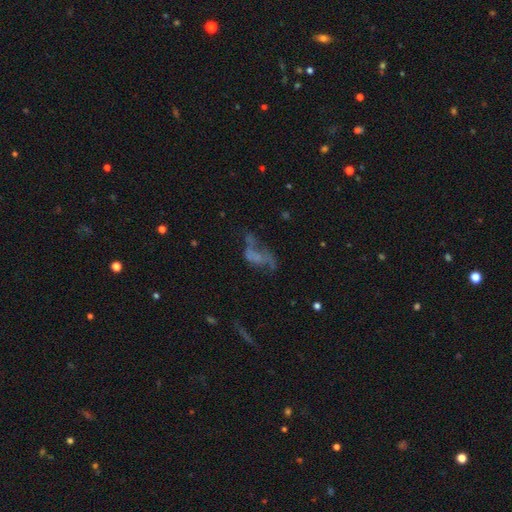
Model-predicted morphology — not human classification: type=featured or disk (48%); merging=major disturbance (38%).